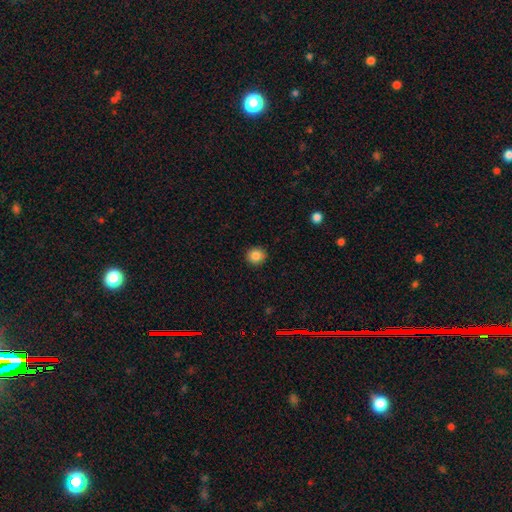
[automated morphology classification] This appears to be a smooth galaxy with no disk features (86%) that is round (92%). Merging: none (91%).